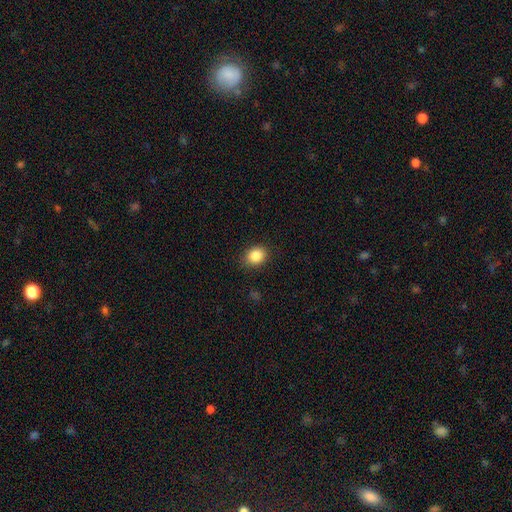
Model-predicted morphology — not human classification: Smooth or featured? smooth (86%)
How rounded? round (52%)
Merging? none (86%)